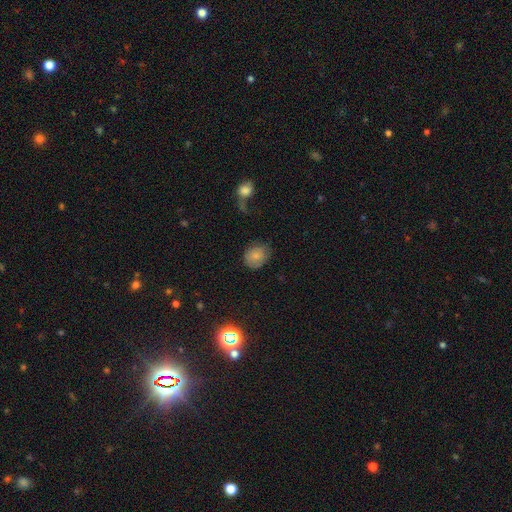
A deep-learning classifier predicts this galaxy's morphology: Smooth or featured: smooth — 78% (featured or disk — 13%)
How rounded: round — 58% (in between — 41%)
Merging: none — 63% (minor disturbance — 25%)